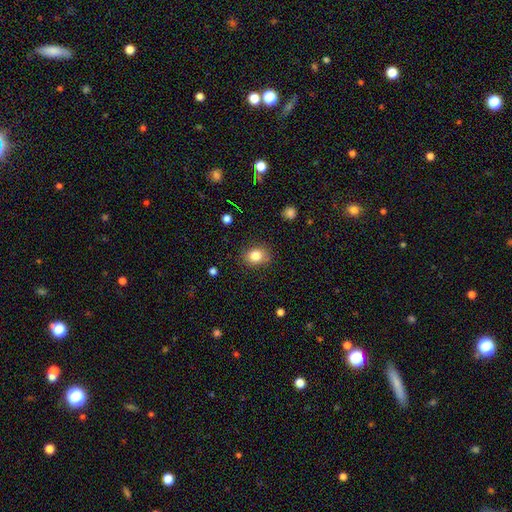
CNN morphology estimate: This appears to be a smooth galaxy with no disk features (83%) that is in between round and cigar-shaped (53%). Merging: none (82%).